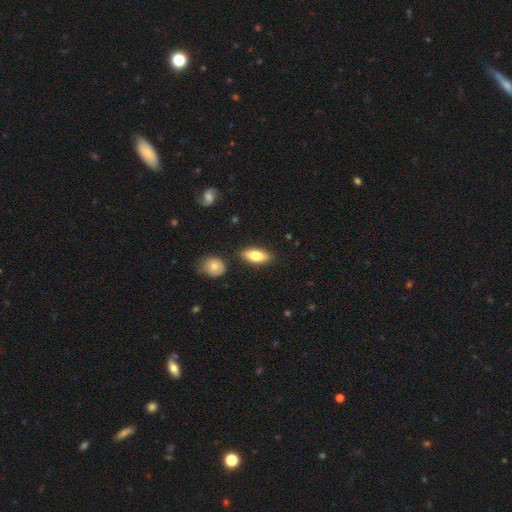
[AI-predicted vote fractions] Overall: smooth (77%). How rounded: in between (83%). Merging: none (84%).